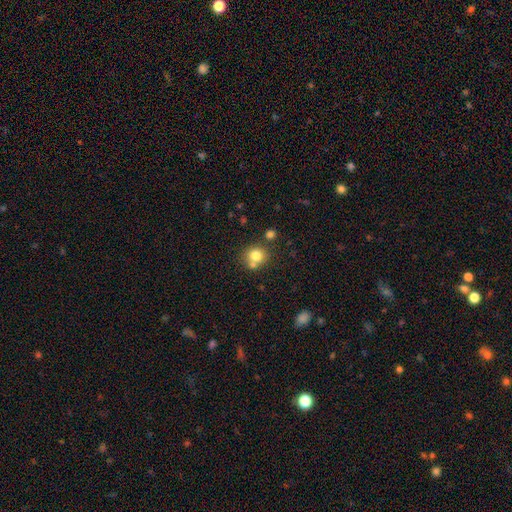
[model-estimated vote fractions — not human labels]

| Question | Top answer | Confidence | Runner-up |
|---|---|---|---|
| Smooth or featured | smooth | 77% | star or artifact (12%) |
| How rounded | round | 81% | in between (18%) |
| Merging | none | 58% | merger (28%) |